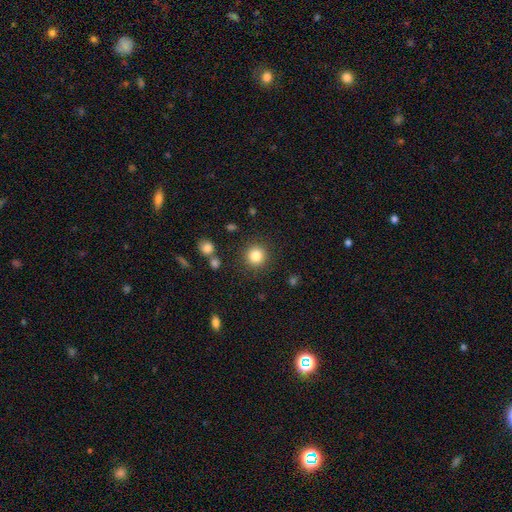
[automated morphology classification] Smooth or featured? smooth (84%)
How rounded? round (92%)
Merging? none (88%)